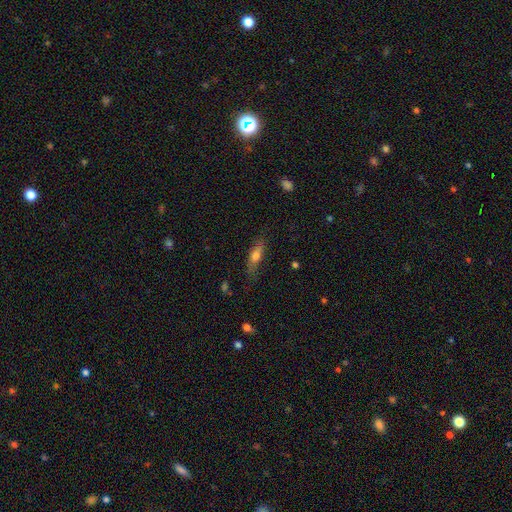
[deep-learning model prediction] Overall: smooth (64%; featured or disk 28%). How rounded: cigar-shaped (49%; in between 48%). Merging: none (70%).